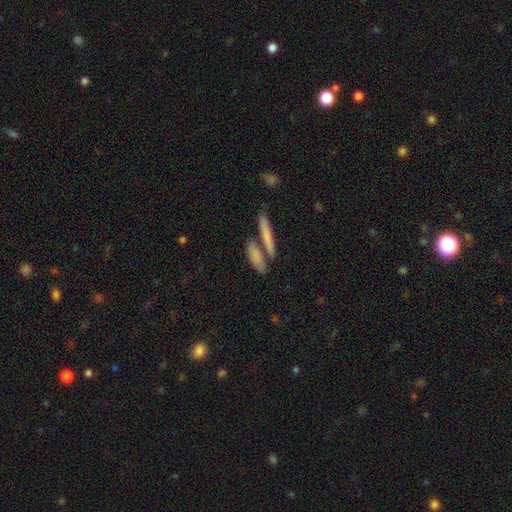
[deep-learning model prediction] This appears to be a smooth galaxy with no disk features (75%) that is cigar-shaped (64%). Merging: none (58%).